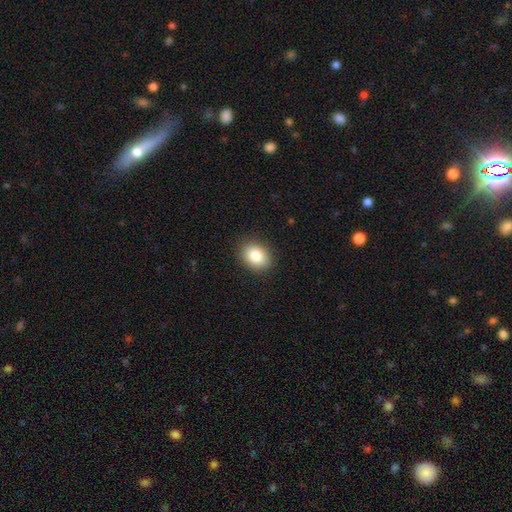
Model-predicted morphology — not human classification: Overall: smooth (84%). How rounded: in between (62%; round 37%). Merging: none (89%).